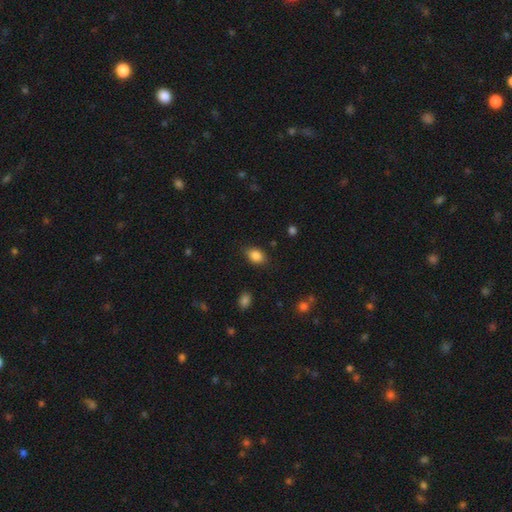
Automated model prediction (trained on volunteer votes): The model was most divided on "how rounded": in between: 78%, round: 21%, cigar-shaped: 1%. More confident: smooth or featured — smooth (85%); merging — none (84%).